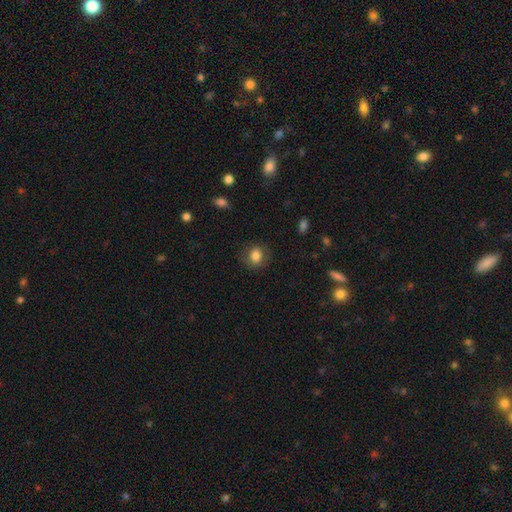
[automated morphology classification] The model was most divided on "how rounded": round: 71%, in between: 28%, cigar-shaped: 1%. More confident: smooth or featured — smooth (82%); merging — none (81%).